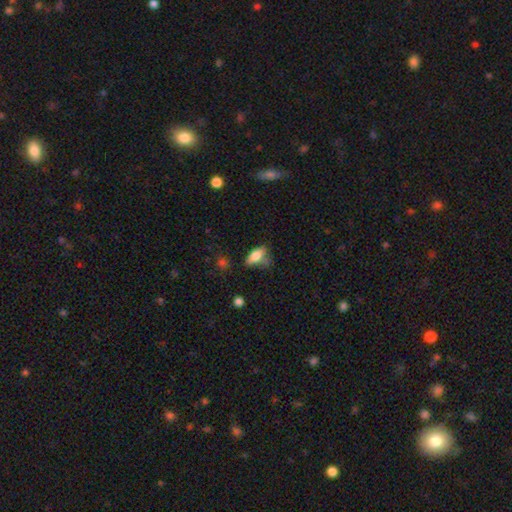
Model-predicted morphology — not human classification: smooth 74%, featured or disk 17%, star or artifact 9%. Down the decision tree: how rounded — in between (81%); merging — none (42%).